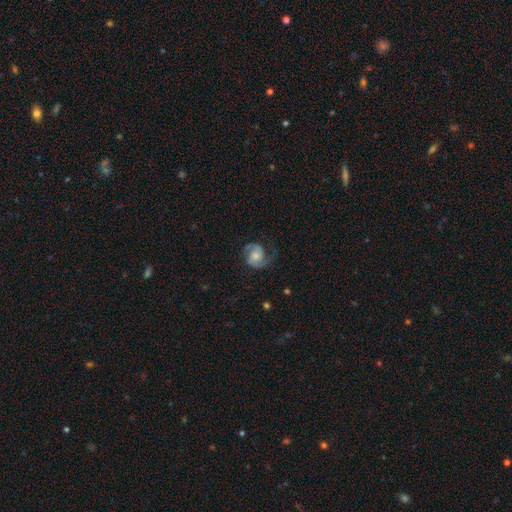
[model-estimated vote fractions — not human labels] featured or disk 77%, smooth 16%, star or artifact 7%. Down the decision tree: edge-on disk — no (98%); bar — no (58%); spiral arms — yes (95%); spiral arm count — 2 (89%); spiral winding — medium (51%); bulge size — moderate (47%); merging — none (69%).